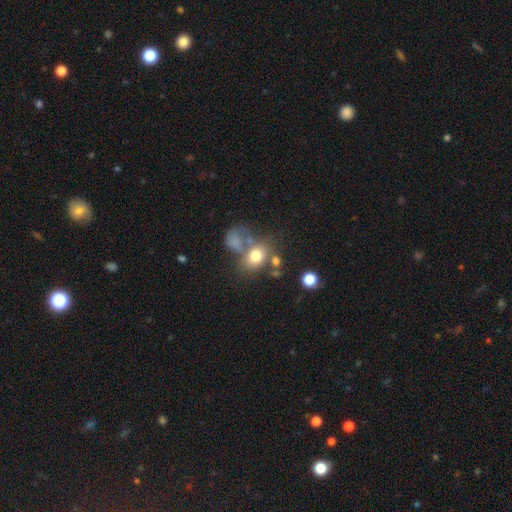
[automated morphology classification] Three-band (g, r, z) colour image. It shows a smooth galaxy with no disk features (71%) that is in between round and cigar-shaped (59%). Merging: none (38%).